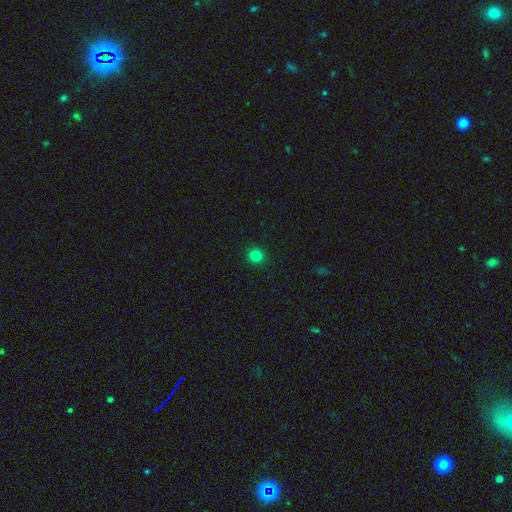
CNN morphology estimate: smooth-or-featured: smooth: 83% | star or artifact: 14% | featured or disk: 3%
  how-rounded: round: 95% | in between: 4% | cigar-shaped: 1%
  merging: none: 93% | minor disturbance: 5% | major disturbance: 2% | merger: 1%